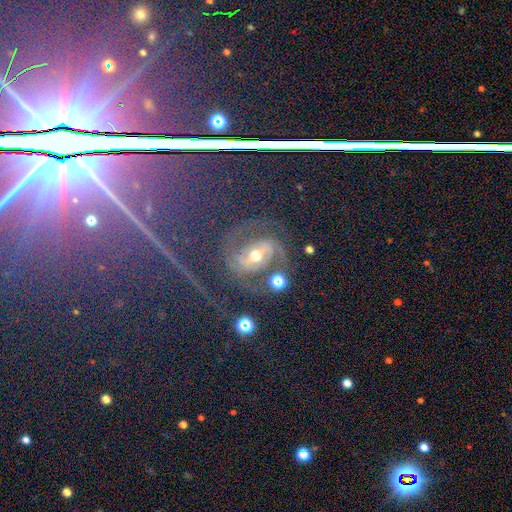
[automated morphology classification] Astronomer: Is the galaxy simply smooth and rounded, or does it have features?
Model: featured or disk — 79%.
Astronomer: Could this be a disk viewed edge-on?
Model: no — 97%.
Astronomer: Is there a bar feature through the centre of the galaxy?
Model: strong — 40% (runner-up: weak, 39%).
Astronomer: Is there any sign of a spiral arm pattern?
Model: yes — 92%.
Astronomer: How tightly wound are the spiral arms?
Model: medium — 51% (runner-up: tight, 30%).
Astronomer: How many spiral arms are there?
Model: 2 — 79%.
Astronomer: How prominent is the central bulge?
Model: moderate — 69%.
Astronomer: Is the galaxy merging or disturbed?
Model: none — 63%.